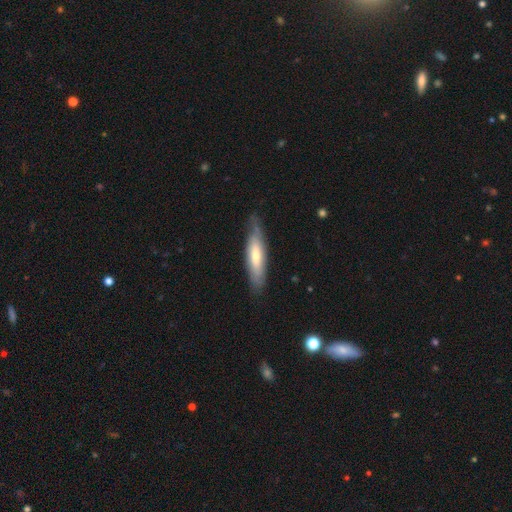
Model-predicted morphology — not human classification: Smooth or featured? Predicted: featured or disk (p=0.47). Merging? Predicted: none (p=0.77).